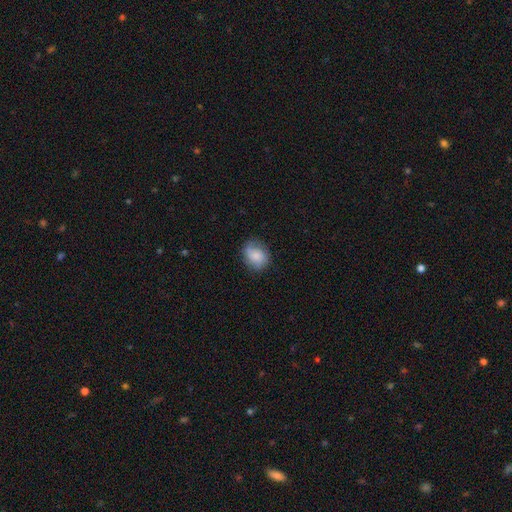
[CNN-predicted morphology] This appears to be a smooth galaxy with no disk features (74%) that is round (55%). Merging: none (72%).